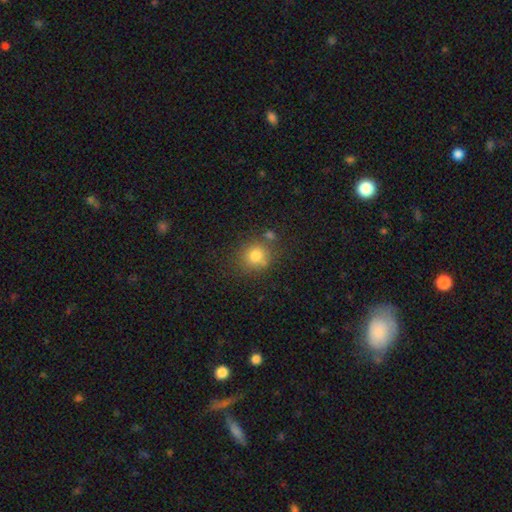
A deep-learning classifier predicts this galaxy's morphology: Overall: smooth (79%). How rounded: round (83%). Merging: none (70%).